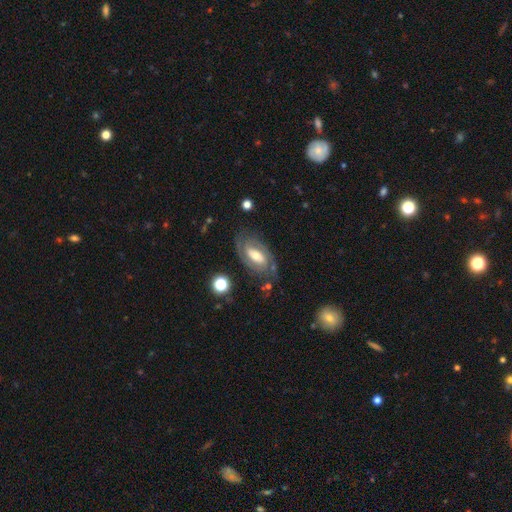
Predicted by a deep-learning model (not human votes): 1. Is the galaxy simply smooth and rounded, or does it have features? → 79% featured or disk, 15% smooth, 6% star or artifact.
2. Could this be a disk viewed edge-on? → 94% no, 6% yes.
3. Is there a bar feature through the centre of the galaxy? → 41% weak, 32% no, 27% strong.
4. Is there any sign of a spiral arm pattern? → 90% yes, 10% no.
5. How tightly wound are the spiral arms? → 54% tight, 37% medium, 9% loose.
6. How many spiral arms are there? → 74% 2, 15% can't tell, 5% 3, 3% 1, 2% 4, 2% more than 4.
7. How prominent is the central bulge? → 53% moderate, 27% small, 15% large, 2% none, 2% dominant.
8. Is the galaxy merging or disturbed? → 73% none, 16% minor disturbance, 8% major disturbance, 2% merger.